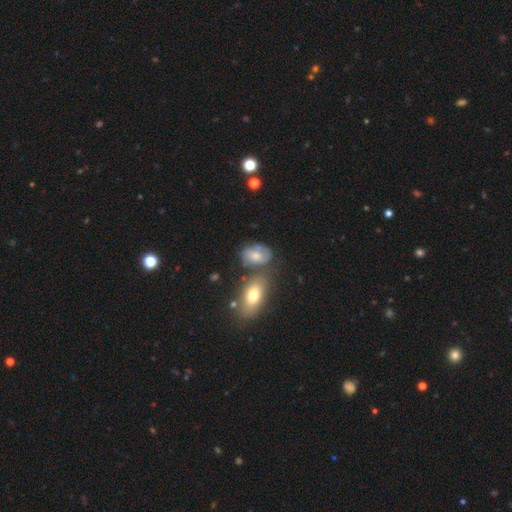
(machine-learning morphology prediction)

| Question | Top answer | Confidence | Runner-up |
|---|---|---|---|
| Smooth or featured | smooth | 53% | featured or disk (37%) |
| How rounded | in between | 82% | round (16%) |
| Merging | none | 49% | minor disturbance (22%) |